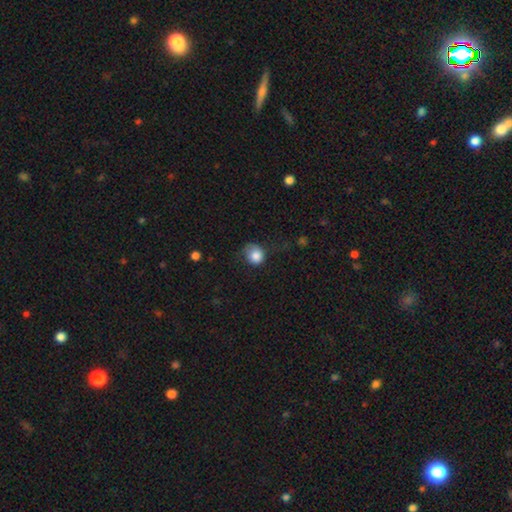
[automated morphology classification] The model was most divided on "merging": none: 49%, minor disturbance: 33%, major disturbance: 16%, merger: 2%. More confident: smooth or featured — smooth (84%); how rounded — round (74%).